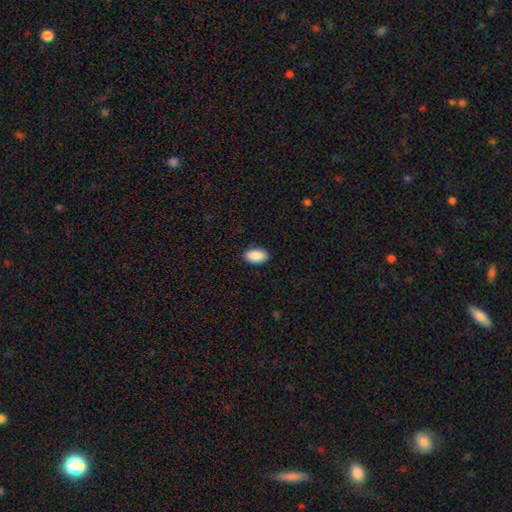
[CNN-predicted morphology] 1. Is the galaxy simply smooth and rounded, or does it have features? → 90% smooth, 7% star or artifact, 3% featured or disk.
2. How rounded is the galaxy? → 95% in between, 4% round, 2% cigar-shaped.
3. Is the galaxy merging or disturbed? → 89% none, 8% minor disturbance, 2% major disturbance, 1% merger.